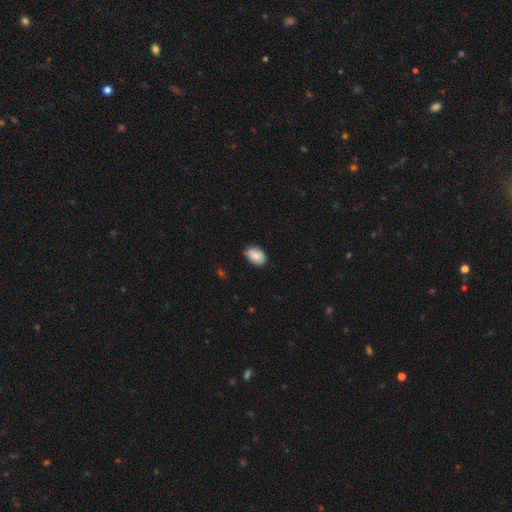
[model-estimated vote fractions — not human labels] Smooth or featured: smooth — 83% (featured or disk — 11%)
How rounded: in between — 89% (round — 10%)
Merging: none — 82% (minor disturbance — 15%)